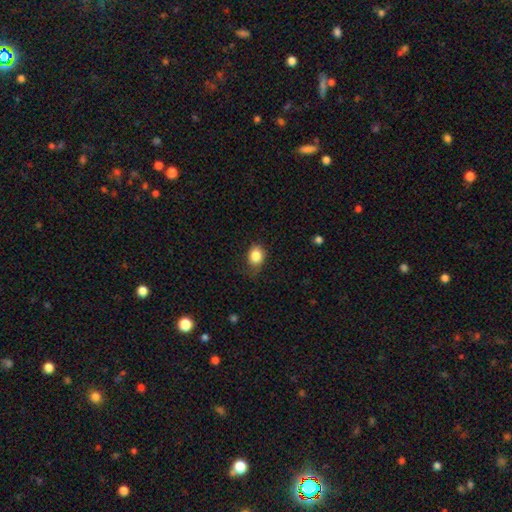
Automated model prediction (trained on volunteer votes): Overall: smooth (85%). How rounded: in between (54%; round 45%). Merging: none (70%).